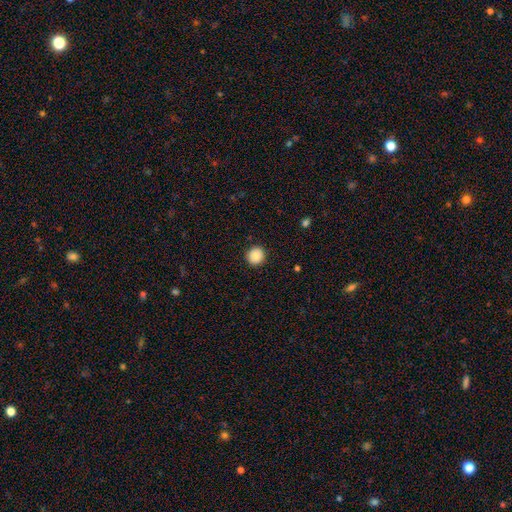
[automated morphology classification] Overall: smooth (87%). How rounded: round (93%). Merging: none (91%).